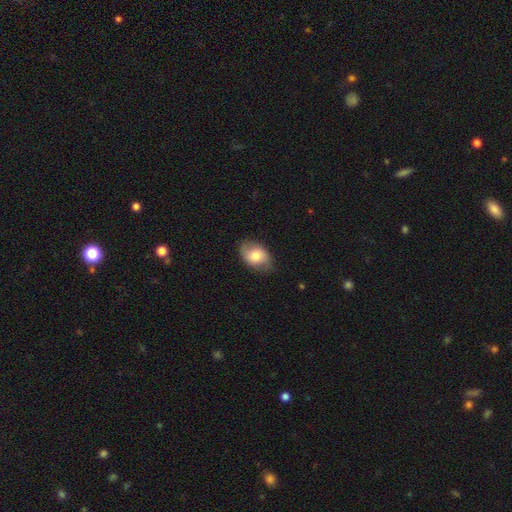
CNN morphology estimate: Overall: smooth (70%). How rounded: in between (80%). Merging: none (75%).